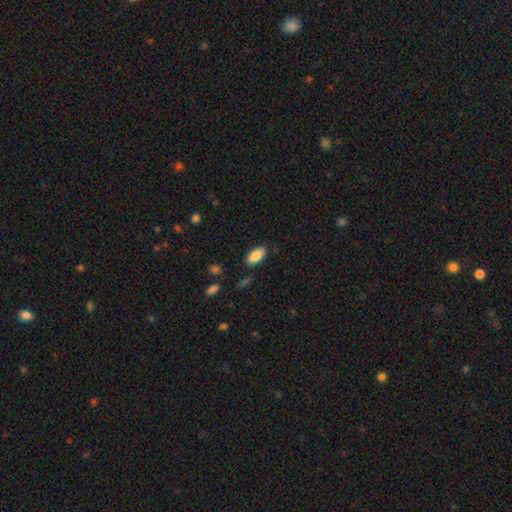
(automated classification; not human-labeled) Smooth or featured? Predicted: smooth (p=0.87). How rounded? Predicted: in between (p=0.91). Merging? Predicted: none (p=0.86).